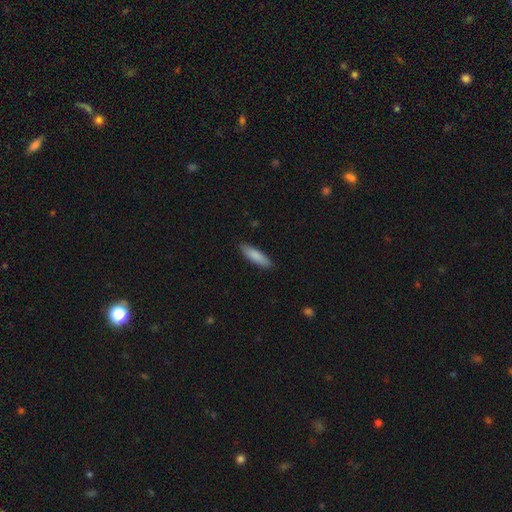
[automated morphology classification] A smooth galaxy with no disk features (86%) that is cigar-shaped (65%).

Vote fractions:
- Smooth or featured? smooth: 86% / featured or disk: 9% / star or artifact: 5%
- How rounded? cigar-shaped: 65% / in between: 33% / round: 1%
- Merging? none: 88% / minor disturbance: 9% / major disturbance: 2% / merger: 1%